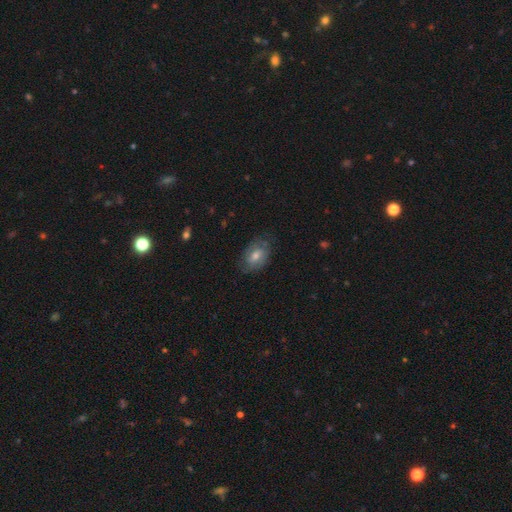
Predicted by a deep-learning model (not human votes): Morphology: type=smooth (47%); merging=none (73%).